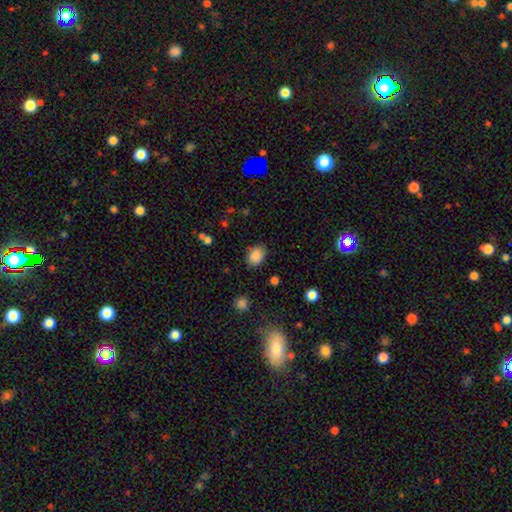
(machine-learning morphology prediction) smooth_or_featured: smooth (p=0.87) [alt: star or artifact p=0.09]
how_rounded: in between (p=0.62) [alt: round p=0.37]
merging: none (p=0.82) [alt: minor disturbance p=0.13]